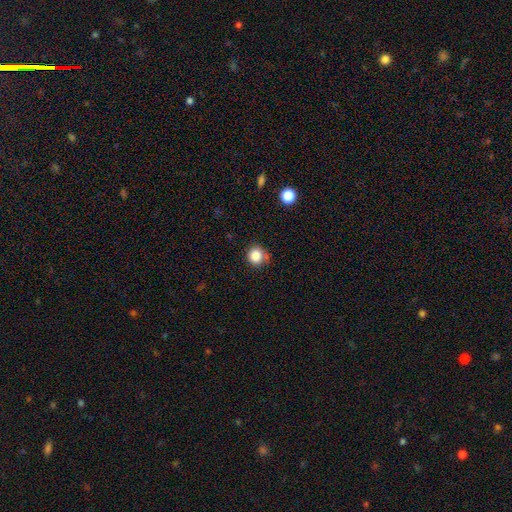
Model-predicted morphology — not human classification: Overall: smooth (84%). How rounded: round (91%). Merging: none (75%).